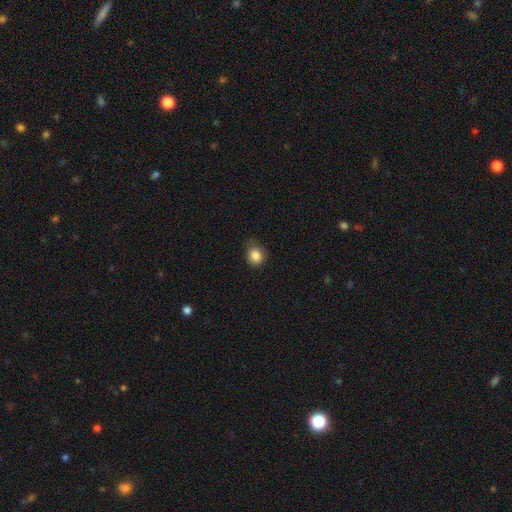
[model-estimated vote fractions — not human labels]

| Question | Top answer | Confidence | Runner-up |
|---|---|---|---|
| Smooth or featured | smooth | 85% | star or artifact (11%) |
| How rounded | round | 74% | in between (25%) |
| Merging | none | 72% | minor disturbance (23%) |